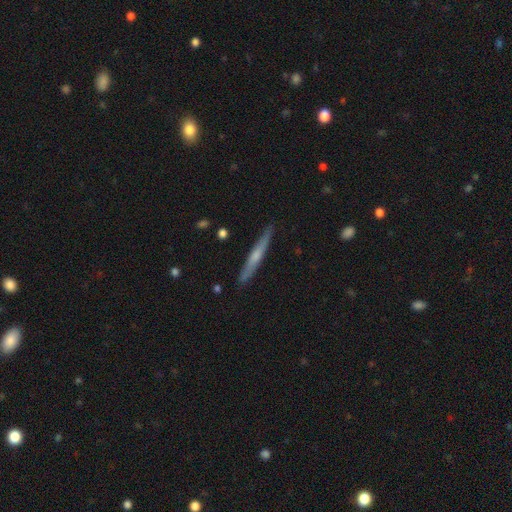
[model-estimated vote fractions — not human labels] Smooth or featured? featured or disk (52%)
Edge-on disk? yes (96%)
Edge-on bulge? rounded (48%)
Merging? none (89%)